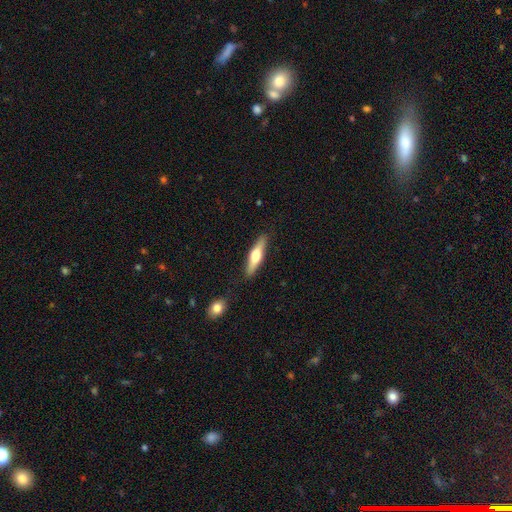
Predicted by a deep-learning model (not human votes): Smooth or featured: featured or disk — 49% (smooth — 46%)
Merging: none — 87% (minor disturbance — 9%)